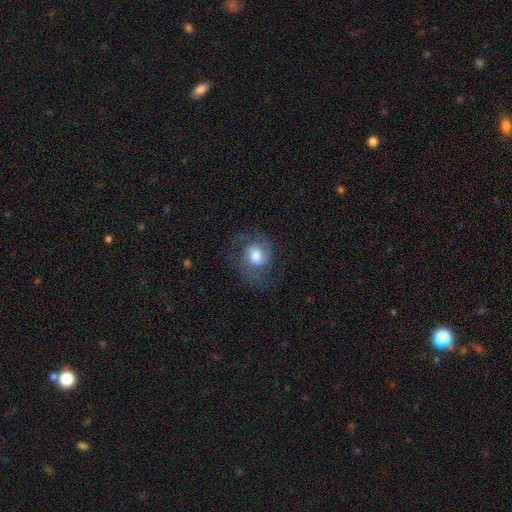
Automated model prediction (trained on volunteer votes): Overall: featured or disk (49%; smooth 42%). Merging: none (58%; major disturbance 21%).